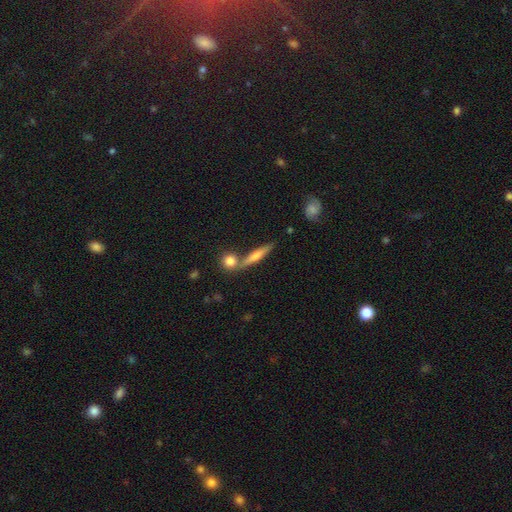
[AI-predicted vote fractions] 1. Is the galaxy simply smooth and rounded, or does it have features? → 55% smooth, 38% featured or disk, 7% star or artifact.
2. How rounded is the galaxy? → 80% cigar-shaped, 15% in between, 5% round.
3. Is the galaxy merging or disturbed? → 65% none, 20% merger, 11% minor disturbance, 4% major disturbance.